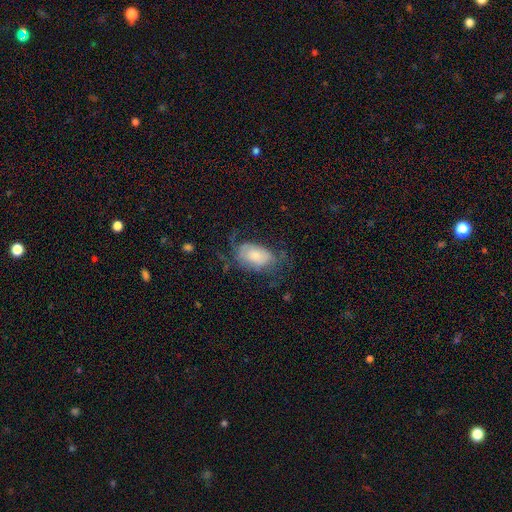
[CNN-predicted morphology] The model was most divided on "smooth or featured": smooth: 51%, featured or disk: 41%, star or artifact: 8%. Remaining: how rounded — in between (89%); merging — none (42%).